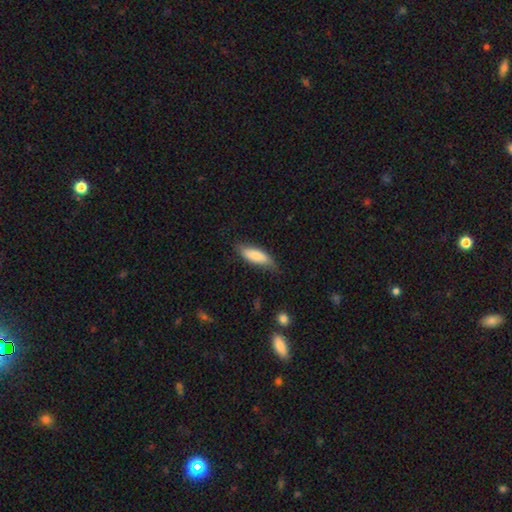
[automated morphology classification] Smooth or featured?
  - smooth: 79% *
  - featured or disk: 16%
  - star or artifact: 6%
How rounded?
  - in between: 59% *
  - cigar-shaped: 40%
  - round: 2%
Merging?
  - none: 70% *
  - minor disturbance: 24%
  - major disturbance: 5%
  - merger: 2%